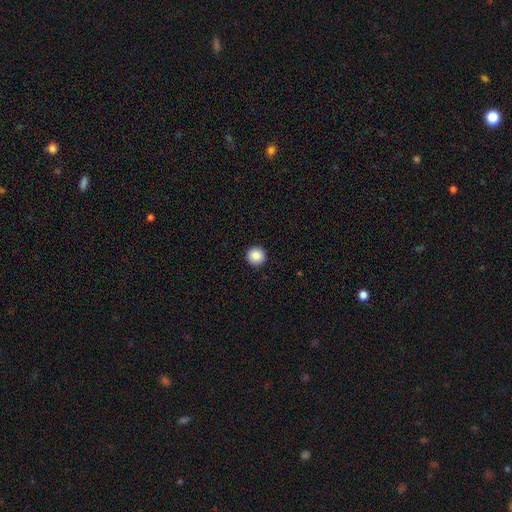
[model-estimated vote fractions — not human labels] The model was most divided on "smooth or featured": smooth: 88%, star or artifact: 9%, featured or disk: 4%. More confident: how rounded — round (96%); merging — none (94%).